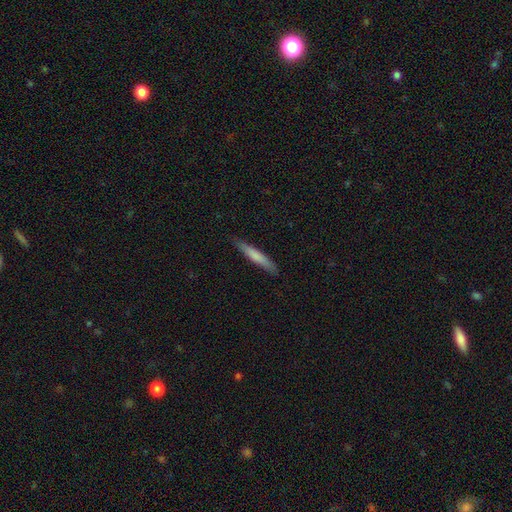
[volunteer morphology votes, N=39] Overall: smooth (82%). How rounded: cigar-shaped (100%). Merging: none (89%).